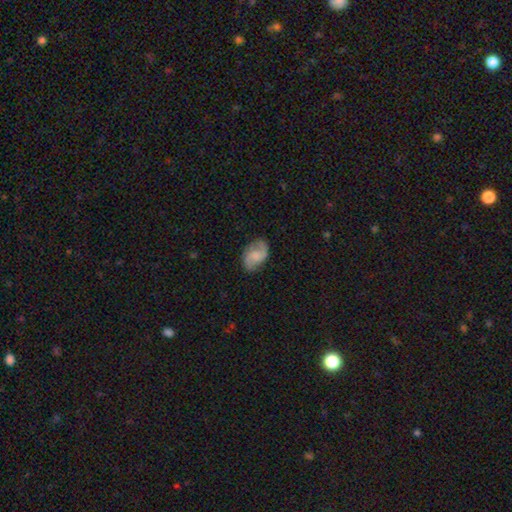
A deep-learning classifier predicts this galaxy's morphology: type=featured or disk (61%); edge-on=no (97%); bar=no (50%); spiral arms=yes (92%); winding=loose (43%); arm count=2 (88%); bulge=none (40%); merging=none (77%).